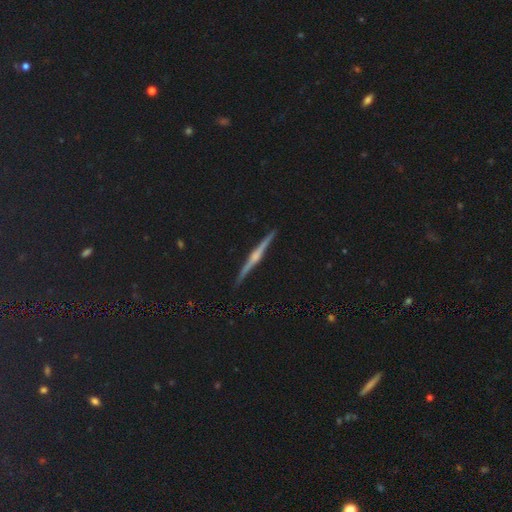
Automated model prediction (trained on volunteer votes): A featured or disk galaxy (82%) viewed edge-on (99%) with a rounded central bulge (78%).

Vote fractions:
- Smooth or featured? featured or disk: 82% / smooth: 11% / star or artifact: 6%
- Edge-on disk? yes: 99% / no: 1%
- Edge-on bulge? rounded: 78% / boxy: 11% / none: 10%
- Merging? none: 93% / minor disturbance: 5% / major disturbance: 1% / merger: 1%